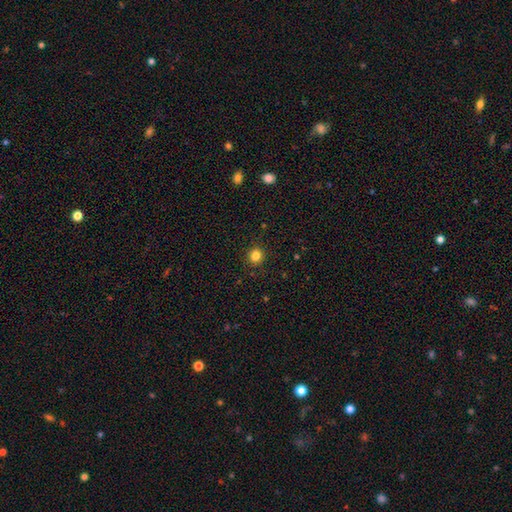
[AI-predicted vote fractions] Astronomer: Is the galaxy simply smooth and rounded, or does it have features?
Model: smooth — 83%.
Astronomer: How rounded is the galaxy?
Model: round — 92%.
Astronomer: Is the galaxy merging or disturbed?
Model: none — 92%.